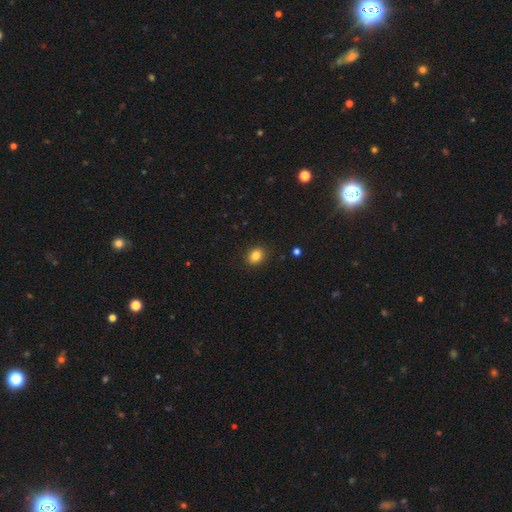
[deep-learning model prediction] Smooth or featured?
  - smooth: 84% *
  - star or artifact: 10%
  - featured or disk: 6%
How rounded?
  - in between: 56% *
  - round: 43%
  - cigar-shaped: 1%
Merging?
  - none: 90% *
  - minor disturbance: 7%
  - major disturbance: 2%
  - merger: 1%